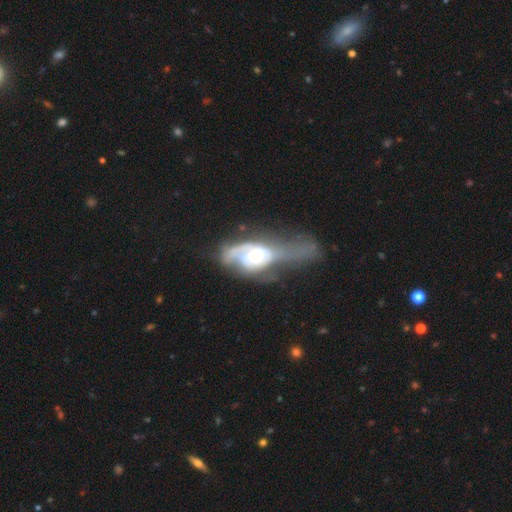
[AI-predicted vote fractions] smooth_or_featured: featured or disk (p=0.70) [alt: smooth p=0.24]
disk_edge_on: no (p=0.91) [alt: yes p=0.09]
bar: no (p=0.74) [alt: weak p=0.20]
has_spiral_arms: yes (p=0.60) [alt: no p=0.40]
bulge_size: moderate (p=0.58) [alt: large p=0.19]
merging: major disturbance (p=0.60) [alt: merger p=0.14]